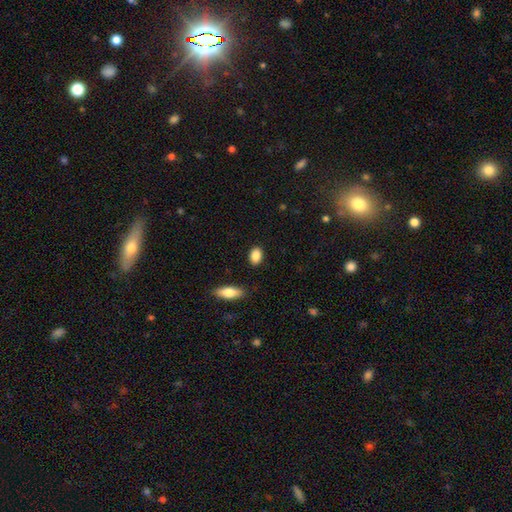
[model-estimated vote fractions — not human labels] smooth_or_featured: smooth (p=0.87) [alt: star or artifact p=0.07]
how_rounded: in between (p=0.83) [alt: round p=0.15]
merging: none (p=0.88) [alt: minor disturbance p=0.08]